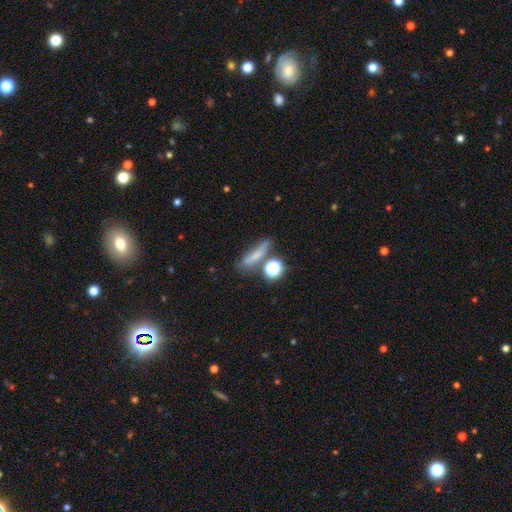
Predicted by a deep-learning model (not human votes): Q: Smooth or featured?
A: smooth (61%); runner-up: featured or disk (21%)
Q: How rounded?
A: cigar-shaped (53%); runner-up: in between (28%)
Q: Merging?
A: none (51%); runner-up: minor disturbance (20%)